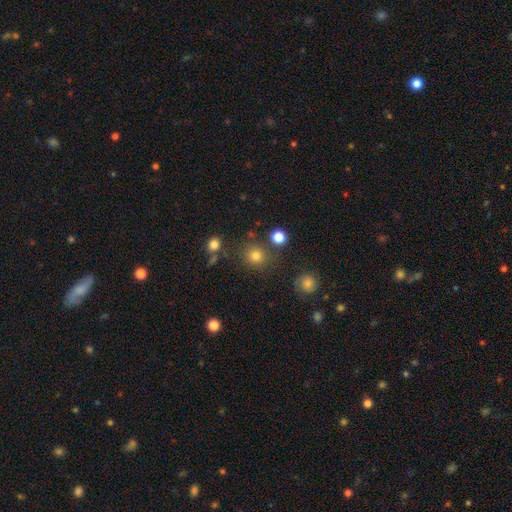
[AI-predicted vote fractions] This appears to be a smooth galaxy with no disk features (80%) that is round (88%). Merging: none (79%).